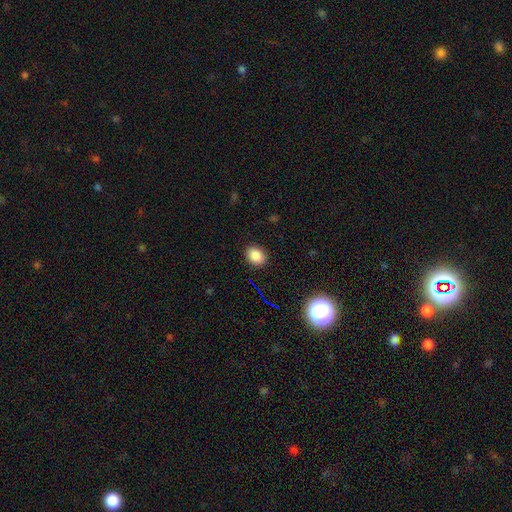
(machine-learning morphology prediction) Smooth or featured? smooth (86%)
How rounded? in between (60%)
Merging? none (88%)